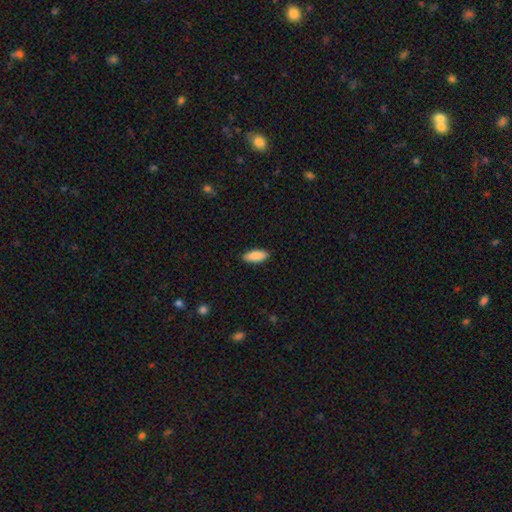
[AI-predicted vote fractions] Q: Smooth or featured?
A: smooth (89%); runner-up: star or artifact (6%)
Q: How rounded?
A: in between (81%); runner-up: cigar-shaped (18%)
Q: Merging?
A: none (90%); runner-up: minor disturbance (7%)